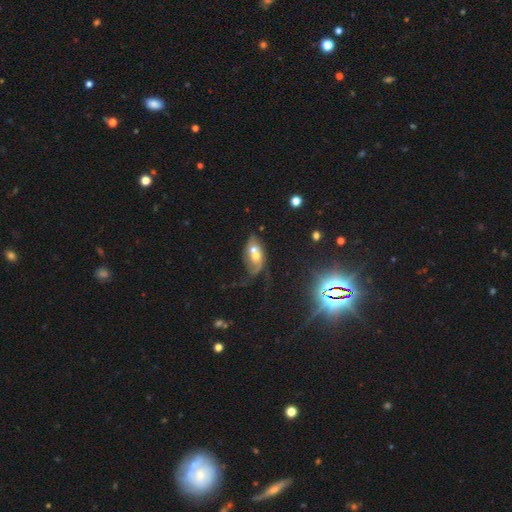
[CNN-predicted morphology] A smooth galaxy with no disk features (44%).

Vote fractions:
- Smooth or featured? smooth: 44% / featured or disk: 43% / star or artifact: 13%
- Merging? merger: 62% / none: 17% / major disturbance: 11% / minor disturbance: 10%